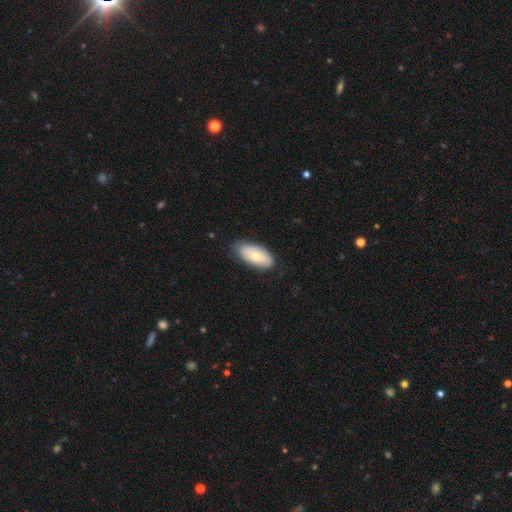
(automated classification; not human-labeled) Overall: smooth (65%; featured or disk 30%). How rounded: in between (92%). Merging: none (77%).